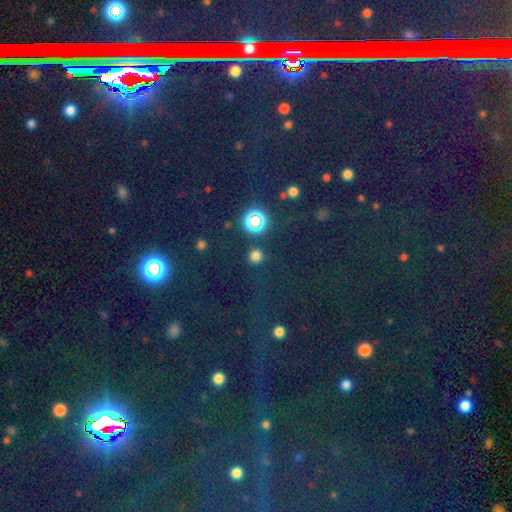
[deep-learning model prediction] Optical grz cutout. It shows a smooth galaxy with no disk features (66%) that is round (91%). Merging: none (86%).